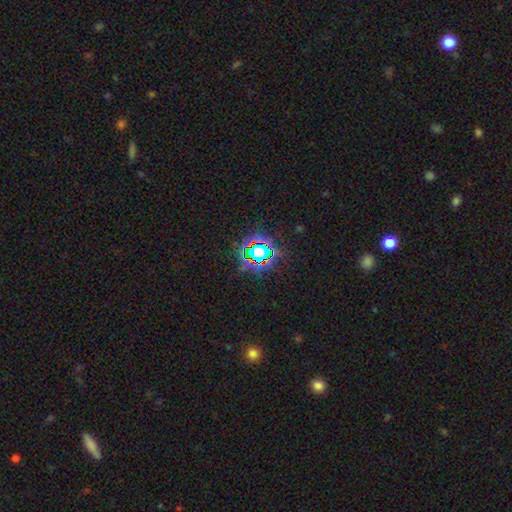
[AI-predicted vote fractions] Q: Smooth or featured?
A: star or artifact (76%); runner-up: smooth (14%)